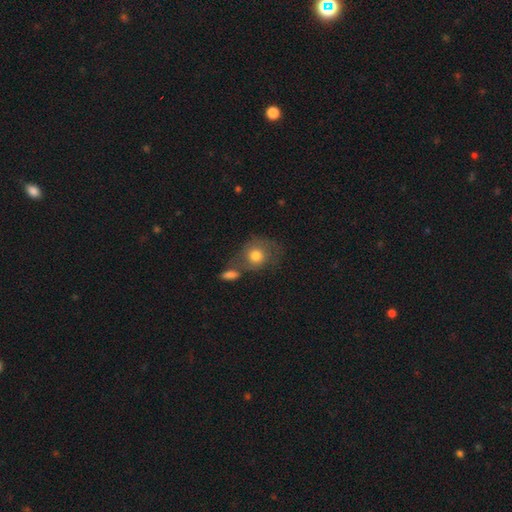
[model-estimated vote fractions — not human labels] smooth-or-featured: smooth: 72% | featured or disk: 20% | star or artifact: 8%
  how-rounded: round: 69% | in between: 30% | cigar-shaped: 1%
  merging: none: 44% | merger: 23% | minor disturbance: 20% | major disturbance: 13%